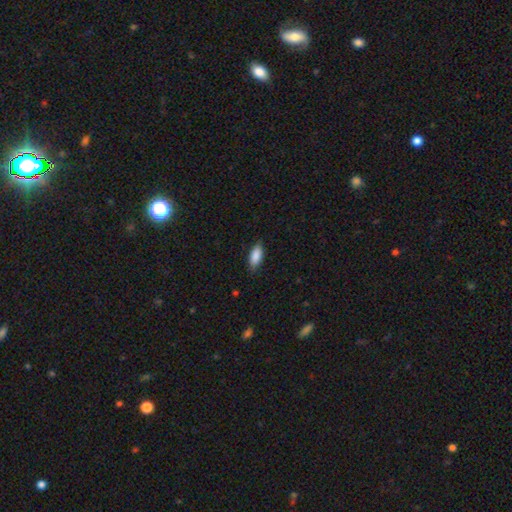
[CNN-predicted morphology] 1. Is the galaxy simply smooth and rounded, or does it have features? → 88% smooth, 6% star or artifact, 6% featured or disk.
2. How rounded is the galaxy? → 85% in between, 13% cigar-shaped, 2% round.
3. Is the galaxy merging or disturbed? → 83% none, 14% minor disturbance, 2% major disturbance, 1% merger.